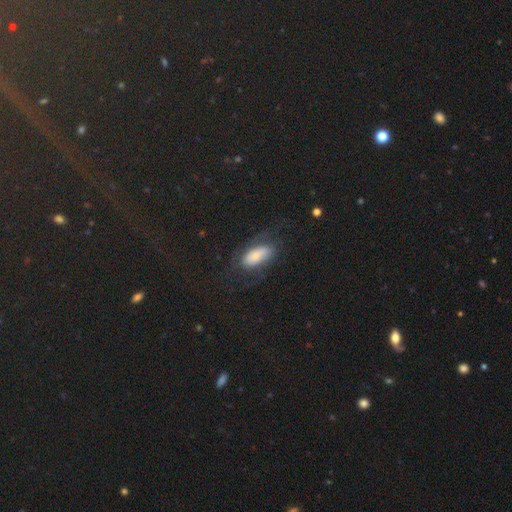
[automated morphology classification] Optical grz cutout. It shows a smooth galaxy with no disk features (60%) that is in between round and cigar-shaped (87%). Merging: none (58%).